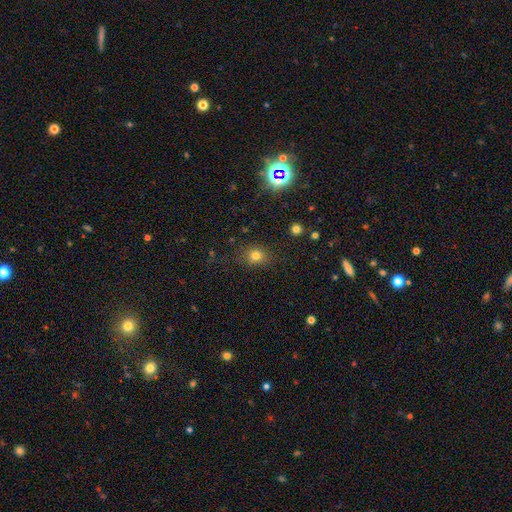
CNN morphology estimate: Smooth or featured: smooth — 77% (star or artifact — 16%)
How rounded: round — 70% (in between — 29%)
Merging: none — 83% (minor disturbance — 11%)